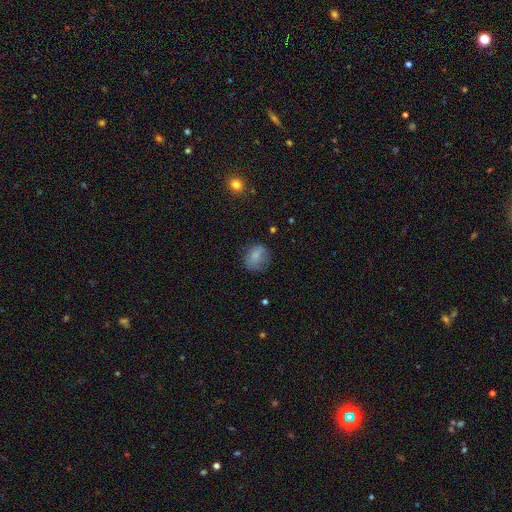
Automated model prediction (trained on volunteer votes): The model was most divided on "how rounded": round: 63%, in between: 36%, cigar-shaped: 1%. More confident: smooth or featured — smooth (75%); merging — none (67%).